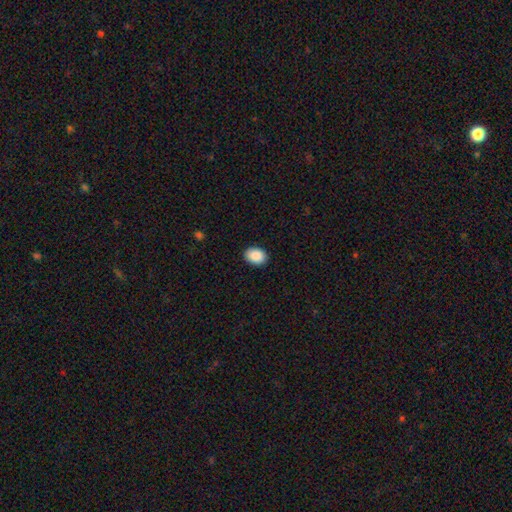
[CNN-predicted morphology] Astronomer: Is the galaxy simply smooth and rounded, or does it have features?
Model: smooth — 90%.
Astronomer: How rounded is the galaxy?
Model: in between — 71%.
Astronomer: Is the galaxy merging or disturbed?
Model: none — 90%.